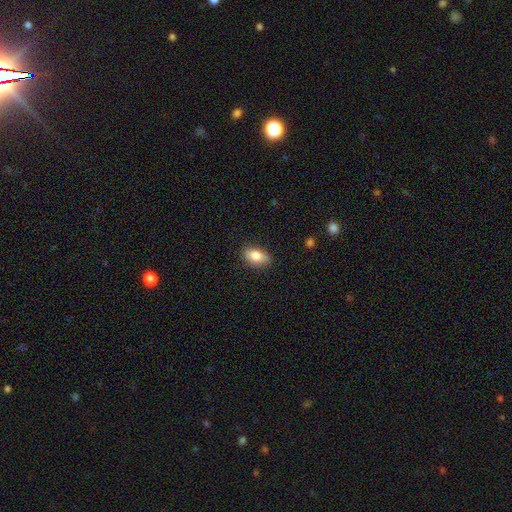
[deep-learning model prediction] A smooth galaxy with no disk features (82%) that is in between round and cigar-shaped (88%). Merging: none (84%).